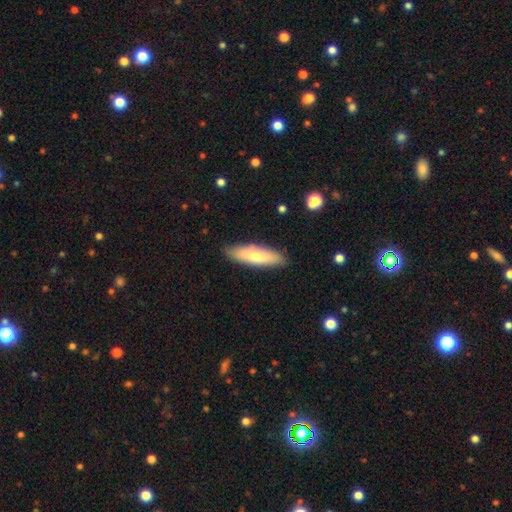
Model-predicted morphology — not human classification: Smooth or featured? Predicted: smooth (p=0.70). How rounded? Predicted: cigar-shaped (p=0.53). Merging? Predicted: none (p=0.86).